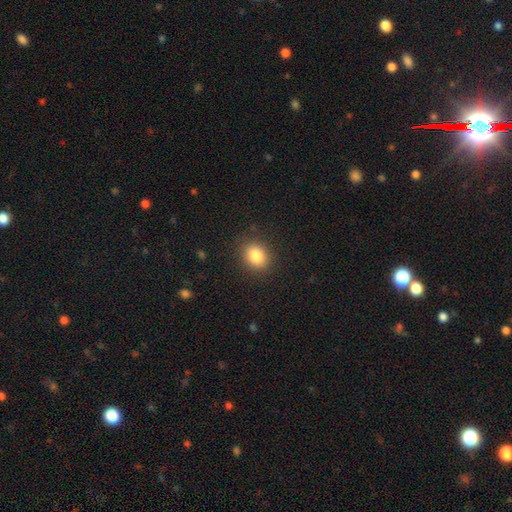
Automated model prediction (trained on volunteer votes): Overall: smooth (85%). How rounded: round (58%; in between 41%). Merging: none (88%).